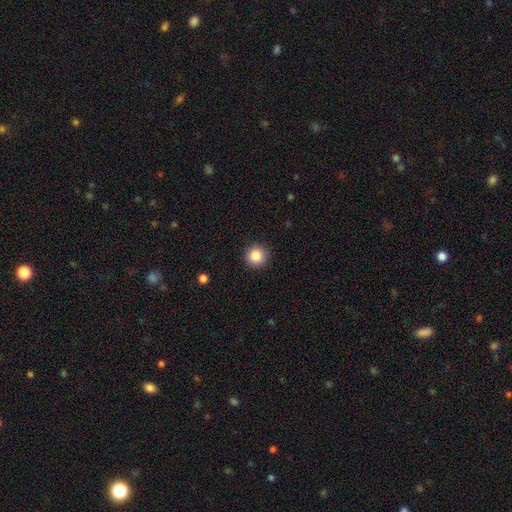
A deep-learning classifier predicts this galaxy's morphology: smooth_or_featured: smooth (p=0.86) [alt: star or artifact p=0.10]
how_rounded: round (p=0.95) [alt: in between p=0.04]
merging: none (p=0.91) [alt: minor disturbance p=0.06]